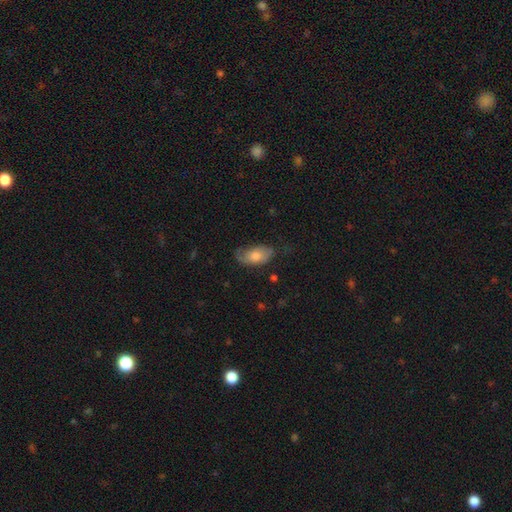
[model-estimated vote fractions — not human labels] smooth-or-featured: smooth: 60% | featured or disk: 32% | star or artifact: 8%
  how-rounded: in between: 91% | round: 5% | cigar-shaped: 4%
  merging: none: 56% | minor disturbance: 30% | major disturbance: 12% | merger: 2%